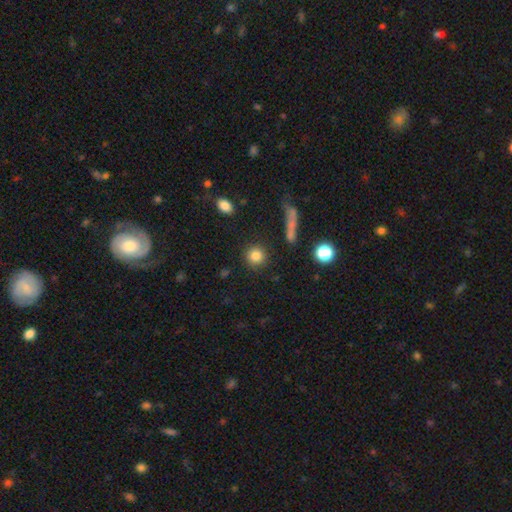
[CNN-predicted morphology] smooth_or_featured: smooth (p=0.83) [alt: star or artifact p=0.10]
how_rounded: round (p=0.91) [alt: in between p=0.07]
merging: none (p=0.88) [alt: minor disturbance p=0.07]